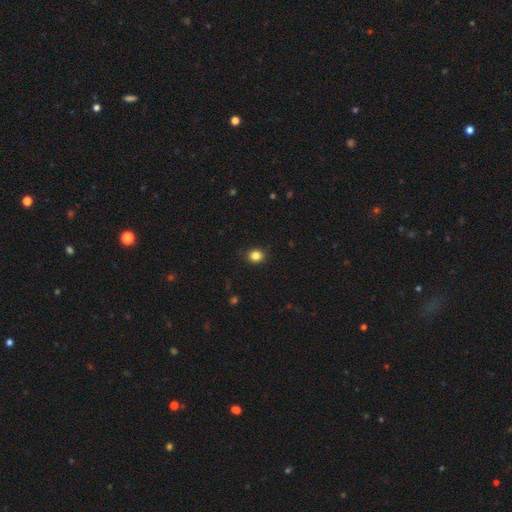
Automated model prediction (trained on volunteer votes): Smooth or featured: smooth — 84% (star or artifact — 12%)
How rounded: round — 78% (in between — 21%)
Merging: none — 88% (minor disturbance — 9%)